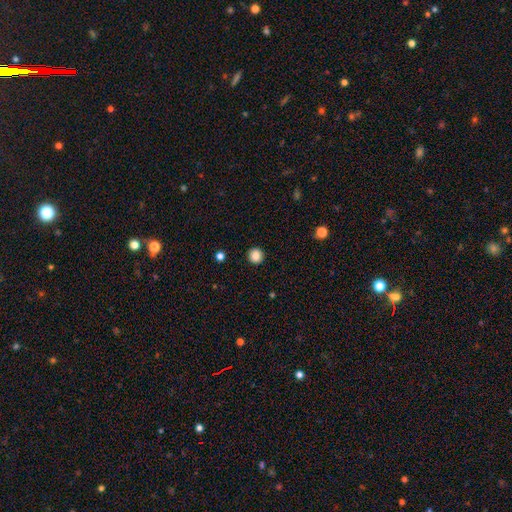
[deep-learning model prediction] Morphology: type=smooth (86%); roundness=round (94%); merging=none (93%).